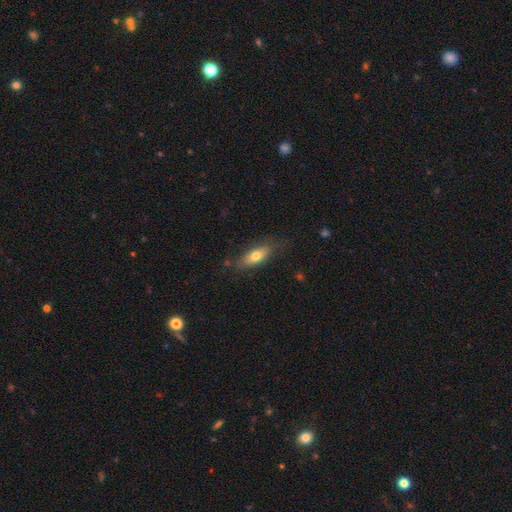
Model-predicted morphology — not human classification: This appears to be a smooth galaxy with no disk features (68%) that is in between round and cigar-shaped (67%). Merging: none (74%).